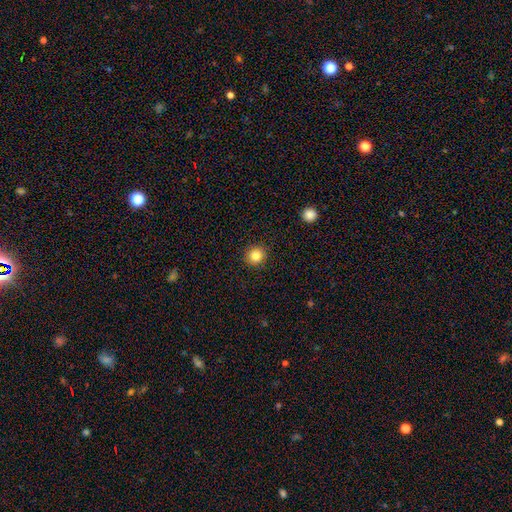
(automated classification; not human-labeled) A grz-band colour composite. It shows a smooth galaxy with no disk features (84%) that is round (92%). Merging: none (92%).